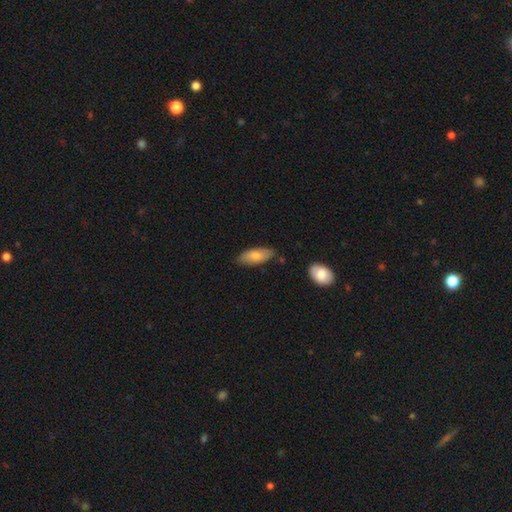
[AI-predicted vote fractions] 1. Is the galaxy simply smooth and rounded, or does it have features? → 76% smooth, 18% featured or disk, 6% star or artifact.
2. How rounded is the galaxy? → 81% in between, 16% cigar-shaped, 2% round.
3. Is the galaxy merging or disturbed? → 77% none, 18% minor disturbance, 3% merger, 3% major disturbance.